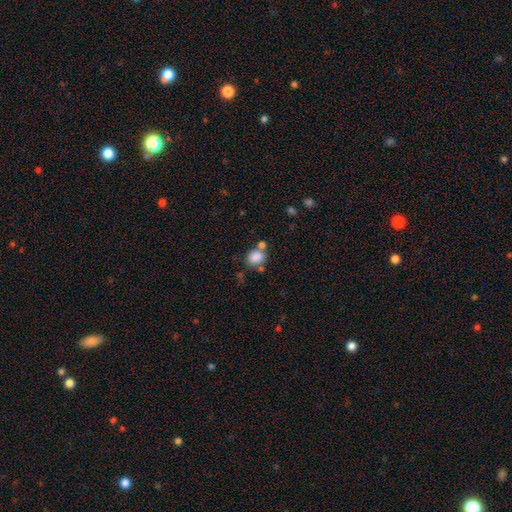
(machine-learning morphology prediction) This appears to be a smooth galaxy with no disk features (84%) that is round (62%). Merging: none (57%).